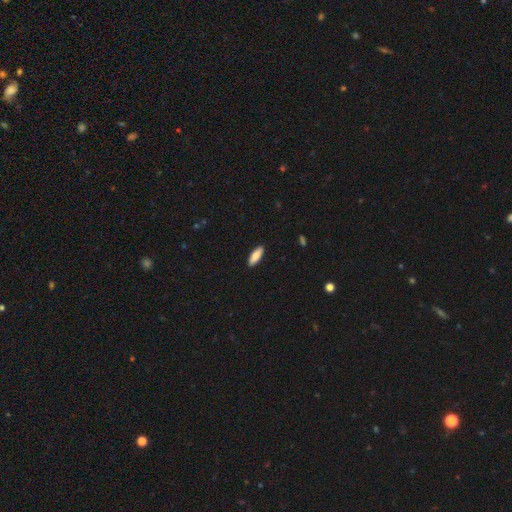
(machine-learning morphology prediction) smooth-or-featured: smooth: 83% | featured or disk: 11% | star or artifact: 6%
  how-rounded: in between: 57% | cigar-shaped: 41% | round: 2%
  merging: none: 90% | minor disturbance: 7% | major disturbance: 2% | merger: 1%